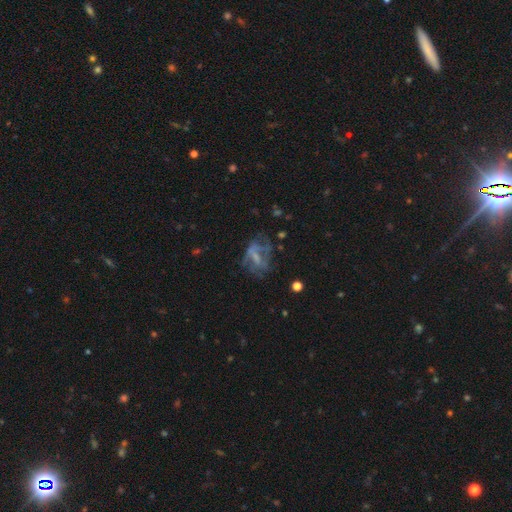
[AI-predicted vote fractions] featured or disk 60%, smooth 25%, star or artifact 15%. Down the decision tree: edge-on disk — no (96%); bar — no (53%); spiral arms — no (63%); bulge size — none (41%); merging — none (42%).